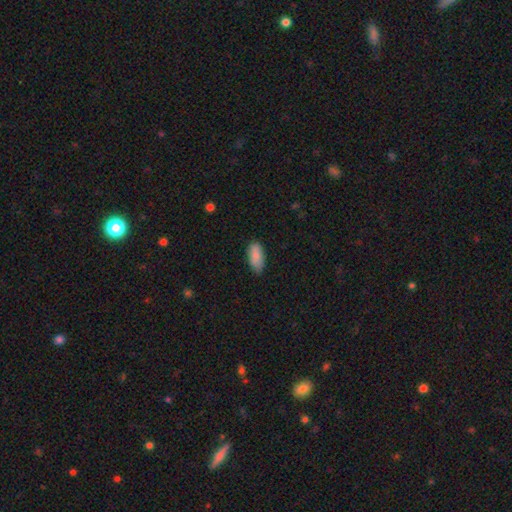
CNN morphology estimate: This is clearly a smooth galaxy (86%). How rounded: clearly in between (89%). Merging: likely none (78%).